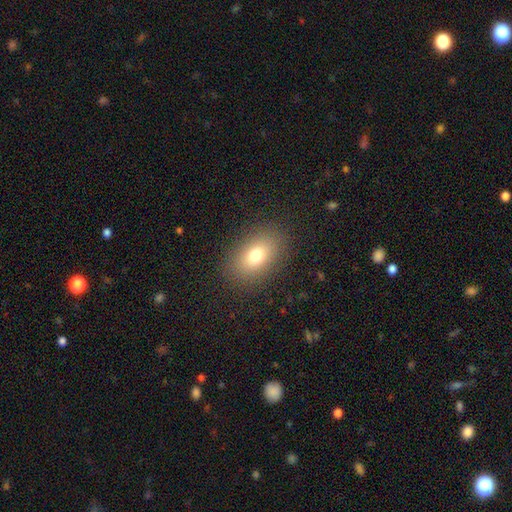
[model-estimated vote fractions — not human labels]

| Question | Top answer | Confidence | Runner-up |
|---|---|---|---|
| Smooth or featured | smooth | 76% | featured or disk (12%) |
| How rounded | in between | 83% | round (15%) |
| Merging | none | 87% | minor disturbance (9%) |